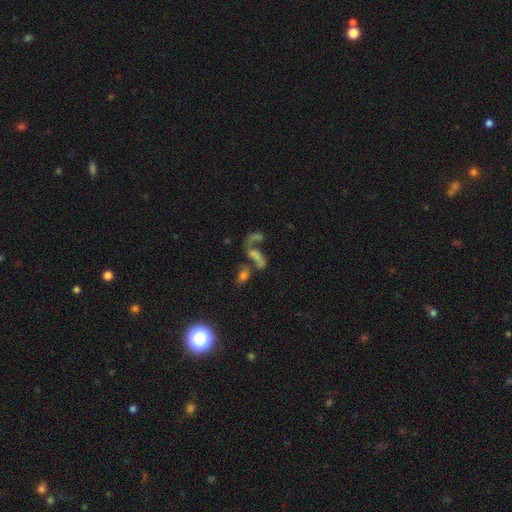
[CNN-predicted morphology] The model was most divided on "smooth or featured": featured or disk: 50%, smooth: 26%, star or artifact: 24%. Remaining: edge-on disk — no (93%); merging — merger (49%).